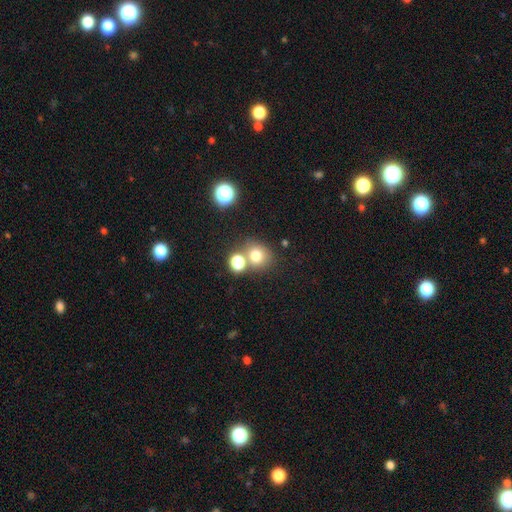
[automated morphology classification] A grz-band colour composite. It shows a smooth galaxy with no disk features (74%) that is round (80%). Merging: none (61%).